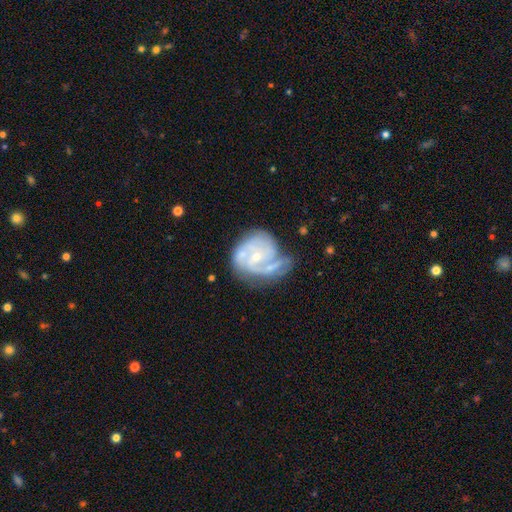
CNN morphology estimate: This is clearly a featured or disk galaxy (81%). It is clearly not viewed edge-on (98%). Bar: likely no (66%). Spiral arm pattern: clearly yes (91%). Spiral arm count: marginally 3 (32%). Spiral winding: possibly tight (46%). Central bulge: likely small (73%). Merging: marginally none (42%).